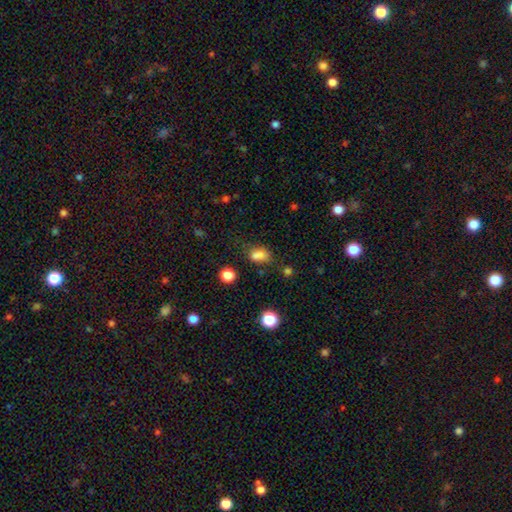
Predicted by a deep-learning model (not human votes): Smooth or featured? smooth (78%)
How rounded? in between (72%)
Merging? none (52%)